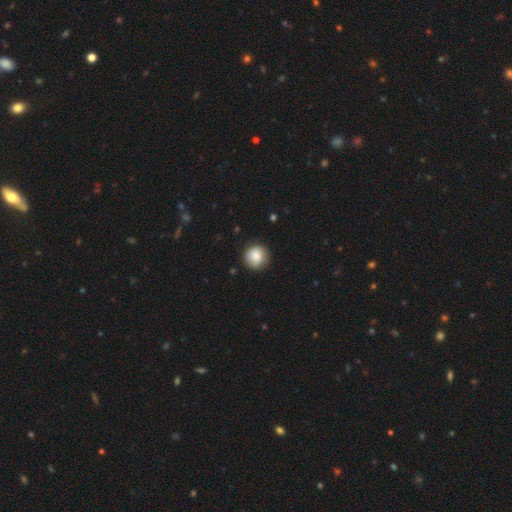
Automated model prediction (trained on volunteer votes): A smooth galaxy with no disk features (86%) that is round (91%).

Vote fractions:
- Smooth or featured? smooth: 86% / star or artifact: 8% / featured or disk: 7%
- How rounded? round: 91% / in between: 8% / cigar-shaped: 1%
- Merging? none: 85% / minor disturbance: 11% / major disturbance: 2% / merger: 1%